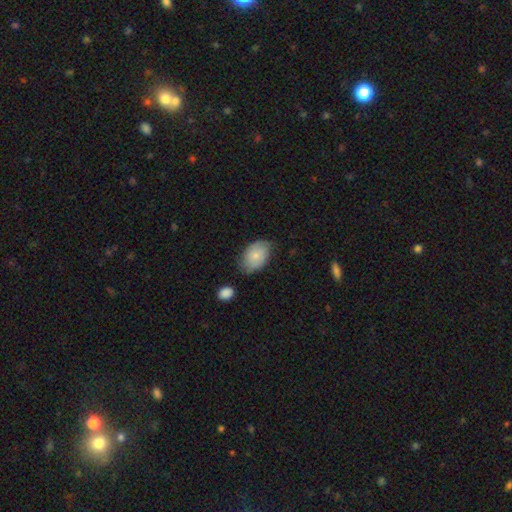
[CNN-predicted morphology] type=smooth (72%); roundness=in between (88%); merging=none (67%).